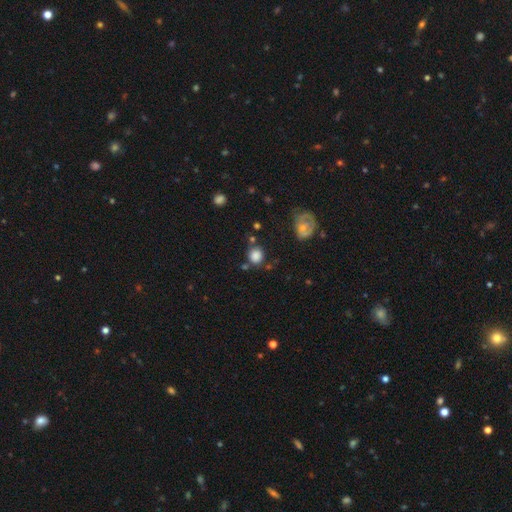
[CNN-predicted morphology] A smooth galaxy with no disk features (83%) that is round (79%).

Vote fractions:
- Smooth or featured? smooth: 83% / star or artifact: 11% / featured or disk: 6%
- How rounded? round: 79% / in between: 20% / cigar-shaped: 1%
- Merging? none: 70% / minor disturbance: 15% / merger: 10% / major disturbance: 5%